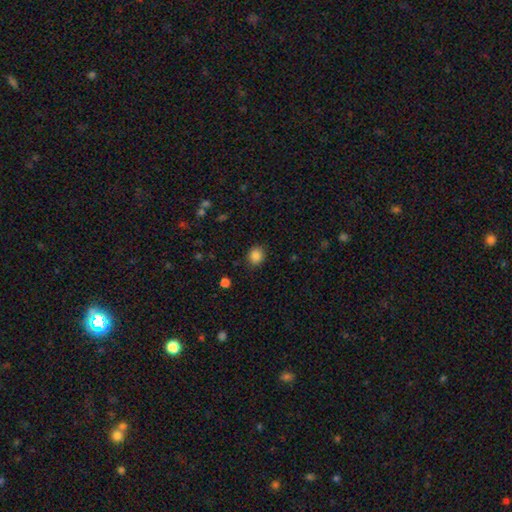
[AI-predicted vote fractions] This is clearly a smooth galaxy (86%). How rounded: likely round (69%). Merging: clearly none (87%).